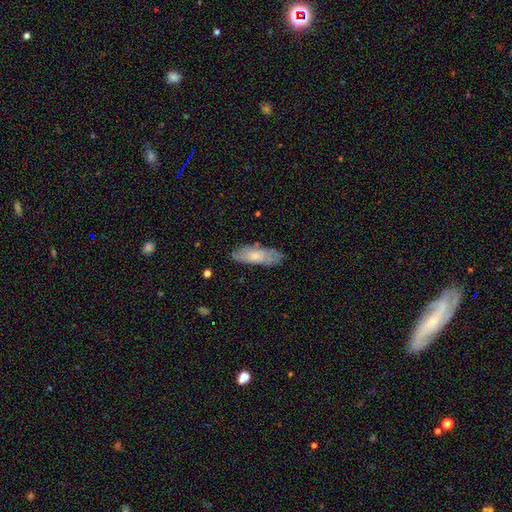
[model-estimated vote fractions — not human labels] The model was most divided on "how rounded": in between: 66%, cigar-shaped: 32%, round: 2%. More confident: merging — none (75%); smooth or featured — smooth (65%).